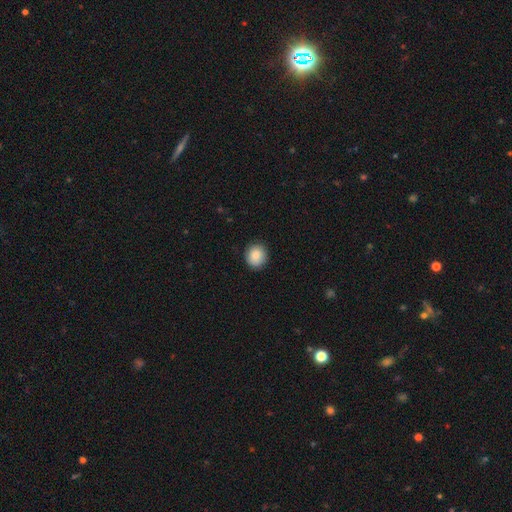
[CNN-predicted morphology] This appears to be a smooth galaxy with no disk features (87%) that is round (77%). Merging: none (88%).